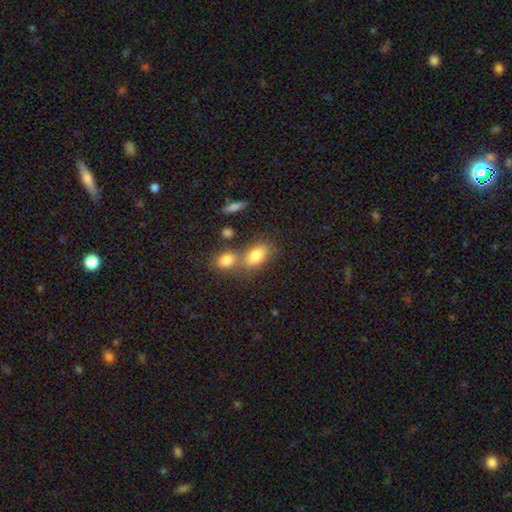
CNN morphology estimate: The model was most divided on "merging": none: 47%, merger: 37%, minor disturbance: 11%, major disturbance: 5%. More confident: how rounded — in between (86%); smooth or featured — smooth (81%).